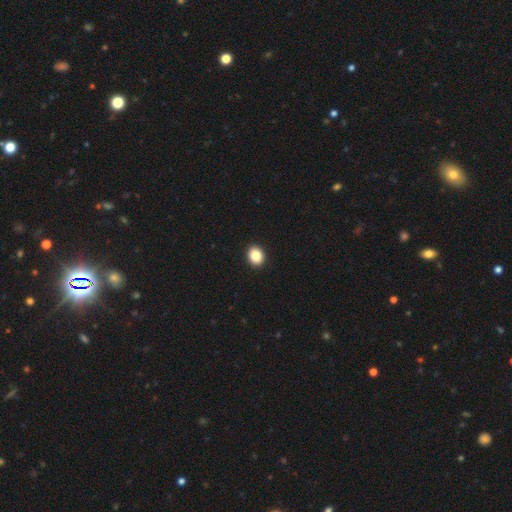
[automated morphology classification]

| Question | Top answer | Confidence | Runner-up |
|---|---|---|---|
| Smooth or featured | smooth | 86% | star or artifact (9%) |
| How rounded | round | 58% | in between (41%) |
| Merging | none | 93% | minor disturbance (5%) |